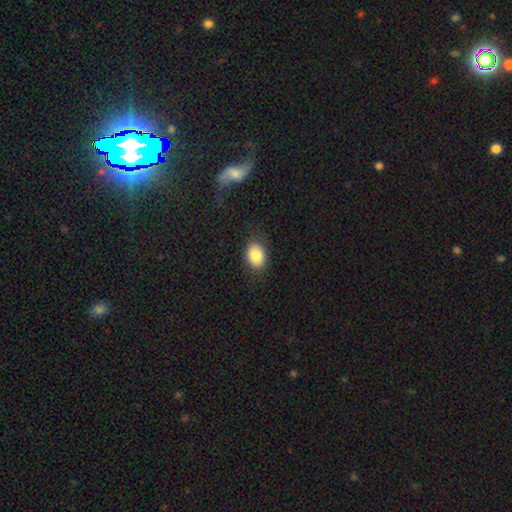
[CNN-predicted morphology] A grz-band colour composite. It shows a smooth galaxy with no disk features (82%) that is in between round and cigar-shaped (71%). Merging: none (82%).